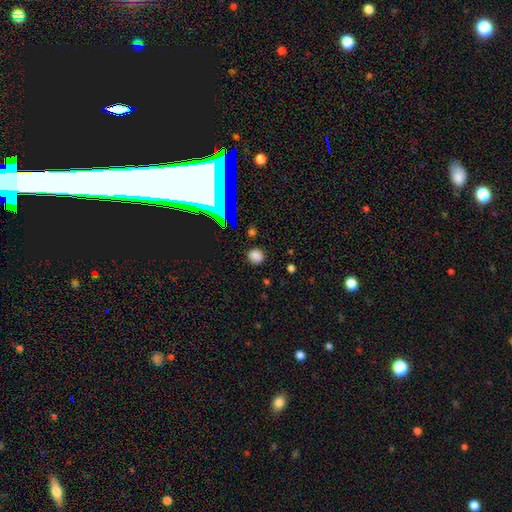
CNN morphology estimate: type=smooth (75%); roundness=round (84%); merging=none (87%).